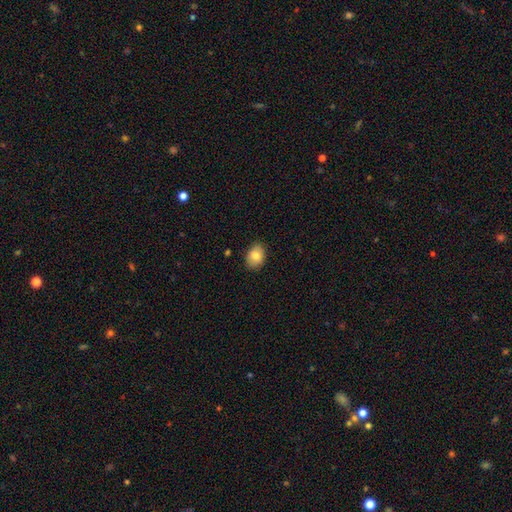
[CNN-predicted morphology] smooth-or-featured: smooth: 83% | featured or disk: 9% | star or artifact: 8%
  how-rounded: in between: 70% | round: 29% | cigar-shaped: 1%
  merging: none: 85% | minor disturbance: 12% | major disturbance: 2% | merger: 1%